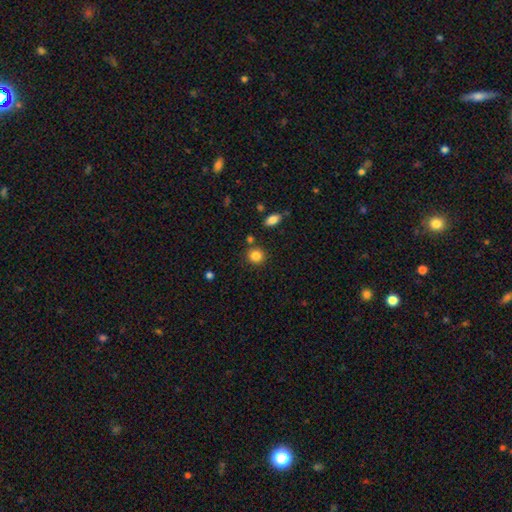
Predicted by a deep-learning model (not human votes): smooth 85%, star or artifact 10%, featured or disk 5%. Down the decision tree: how rounded — round (88%); merging — none (82%).